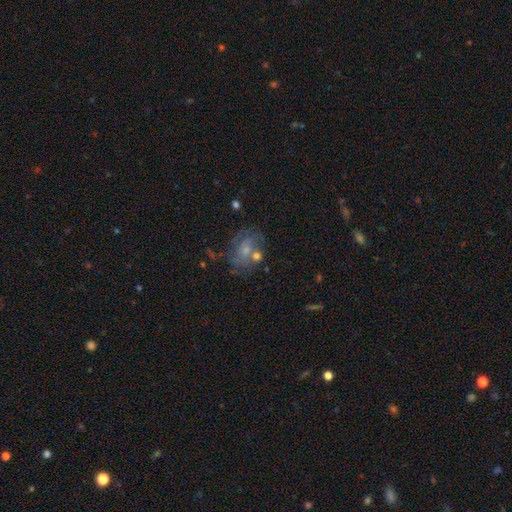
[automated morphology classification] This is possibly a featured or disk galaxy (56%). It is clearly not viewed edge-on (97%). Bar: likely no (73%). Spiral arm pattern: likely yes (64%). Central bulge: possibly small (51%). Merging: marginally none (45%).